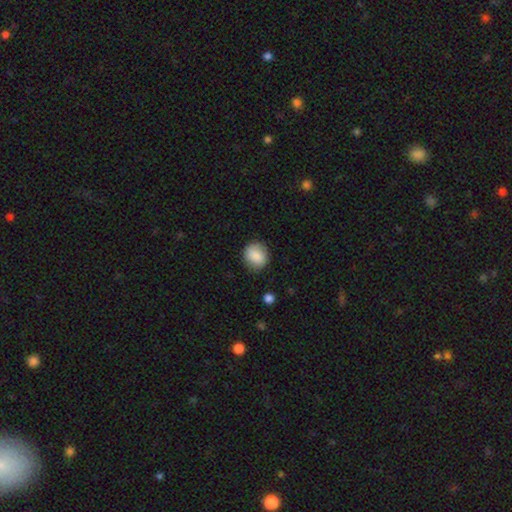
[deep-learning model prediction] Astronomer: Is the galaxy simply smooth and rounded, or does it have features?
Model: smooth — 87%.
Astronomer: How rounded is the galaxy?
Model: round — 75%.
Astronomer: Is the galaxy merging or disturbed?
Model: none — 84%.